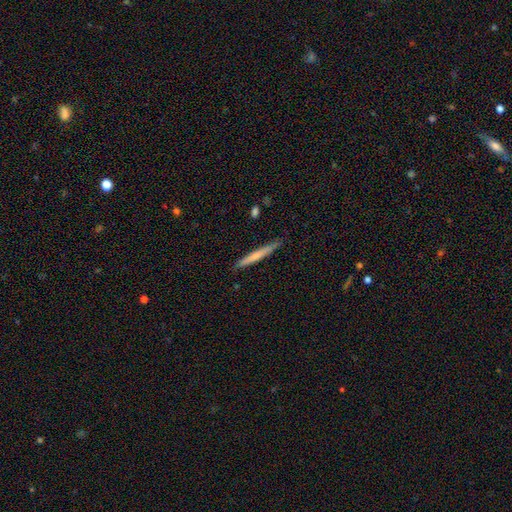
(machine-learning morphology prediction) smooth-or-featured: smooth: 59% | featured or disk: 35% | star or artifact: 6%
  how-rounded: cigar-shaped: 96% | in between: 3% | round: 1%
  merging: none: 87% | minor disturbance: 10% | major disturbance: 2% | merger: 1%